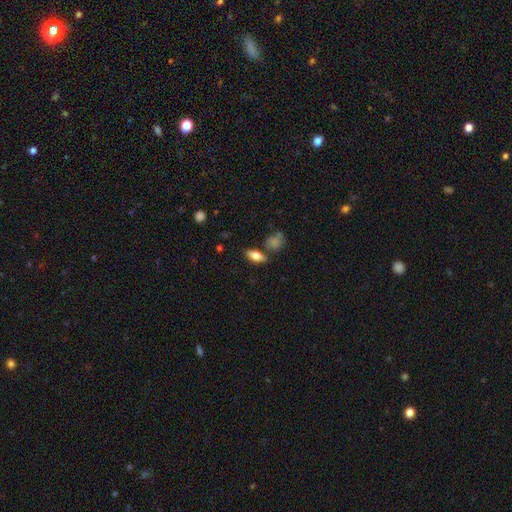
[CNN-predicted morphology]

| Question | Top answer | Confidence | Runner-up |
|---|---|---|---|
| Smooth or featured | smooth | 64% | featured or disk (28%) |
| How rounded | in between | 75% | cigar-shaped (21%) |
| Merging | none | 77% | minor disturbance (13%) |